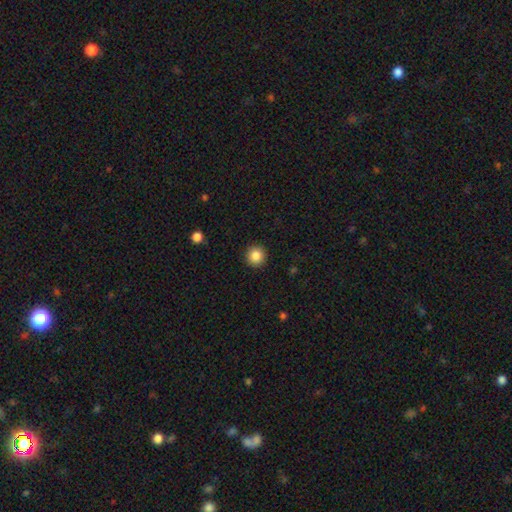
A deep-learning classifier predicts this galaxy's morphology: Smooth or featured?
  - smooth: 86% *
  - star or artifact: 10%
  - featured or disk: 4%
How rounded?
  - round: 94% *
  - in between: 5%
  - cigar-shaped: 1%
Merging?
  - none: 92% *
  - minor disturbance: 5%
  - major disturbance: 2%
  - merger: 1%